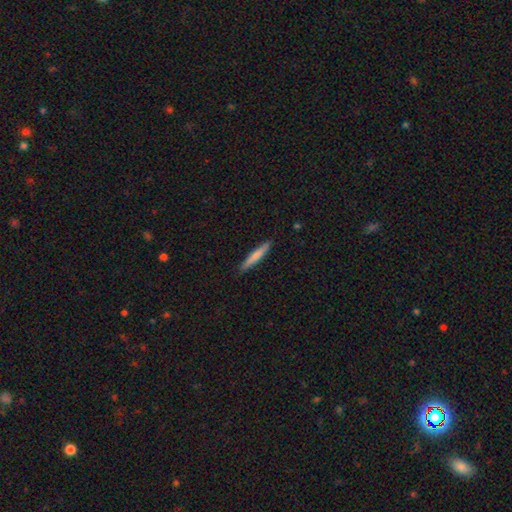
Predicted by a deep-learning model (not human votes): This is likely a smooth galaxy (72%). How rounded: clearly cigar-shaped (94%). Merging: clearly none (90%).